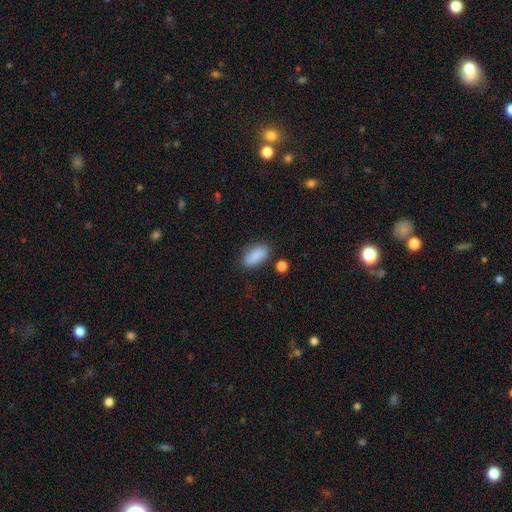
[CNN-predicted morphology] A smooth galaxy with no disk features (87%) that is in between round and cigar-shaped (87%).

Vote fractions:
- Smooth or featured? smooth: 87% / star or artifact: 7% / featured or disk: 6%
- How rounded? in between: 87% / cigar-shaped: 9% / round: 4%
- Merging? none: 76% / minor disturbance: 16% / merger: 4% / major disturbance: 4%